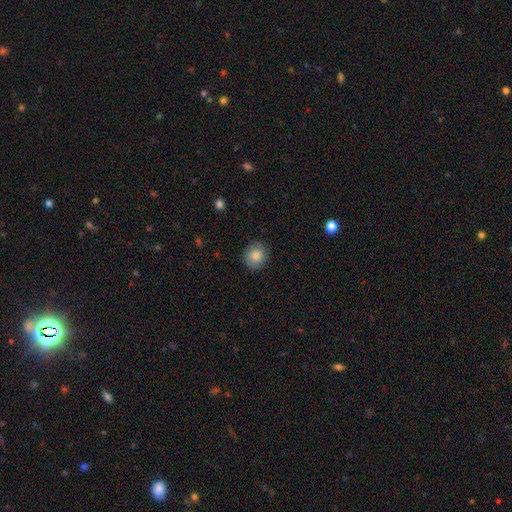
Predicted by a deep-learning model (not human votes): A smooth galaxy with no disk features (82%) that is round (80%).

Vote fractions:
- Smooth or featured? smooth: 82% / featured or disk: 10% / star or artifact: 8%
- How rounded? round: 80% / in between: 19% / cigar-shaped: 1%
- Merging? none: 86% / minor disturbance: 11% / major disturbance: 2% / merger: 1%